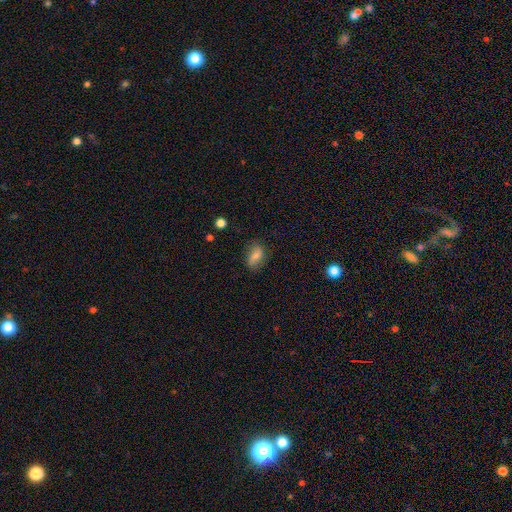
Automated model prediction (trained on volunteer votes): This appears to be a smooth galaxy with no disk features (65%) that is in between round and cigar-shaped (84%). Merging: none (75%).